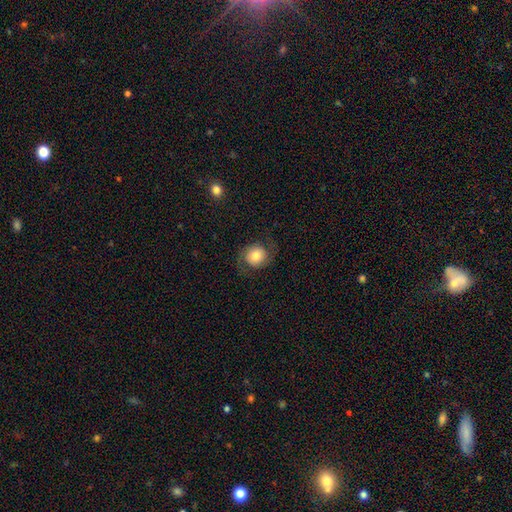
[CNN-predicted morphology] smooth_or_featured: smooth (p=0.52) [alt: featured or disk p=0.39]
how_rounded: round (p=0.83) [alt: in between p=0.16]
merging: none (p=0.76) [alt: minor disturbance p=0.14]